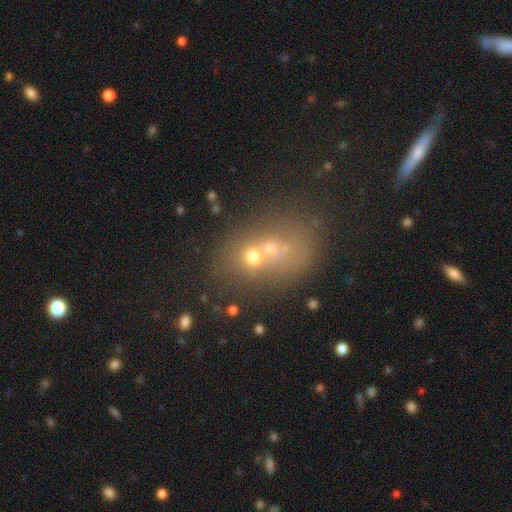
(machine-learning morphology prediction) Q: Smooth or featured?
A: smooth (50%); runner-up: featured or disk (29%)
Q: How rounded?
A: round (56%); runner-up: in between (42%)
Q: Merging?
A: merger (61%); runner-up: none (26%)